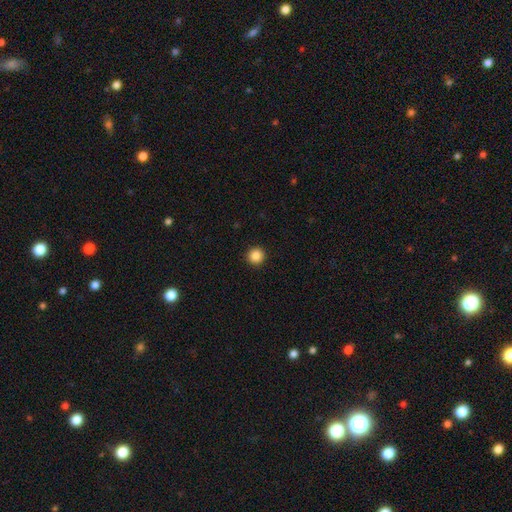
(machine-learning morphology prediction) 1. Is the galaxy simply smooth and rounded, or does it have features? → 86% smooth, 10% star or artifact, 4% featured or disk.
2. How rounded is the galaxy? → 96% round, 3% in between, 1% cigar-shaped.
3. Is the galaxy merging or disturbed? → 94% none, 4% minor disturbance, 1% major disturbance, 1% merger.